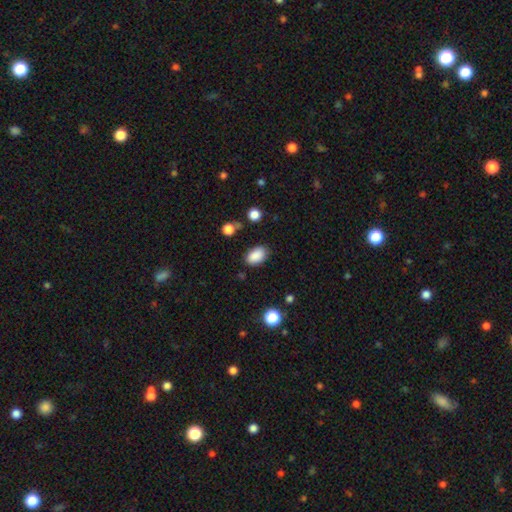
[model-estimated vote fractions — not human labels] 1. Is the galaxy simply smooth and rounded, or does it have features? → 88% smooth, 8% star or artifact, 4% featured or disk.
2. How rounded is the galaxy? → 90% in between, 9% round, 1% cigar-shaped.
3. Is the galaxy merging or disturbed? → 81% none, 13% minor disturbance, 3% major disturbance, 2% merger.